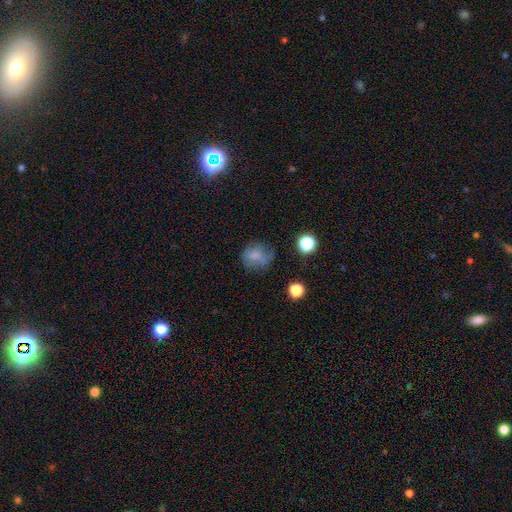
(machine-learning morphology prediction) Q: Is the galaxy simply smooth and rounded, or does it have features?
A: smooth — 66%.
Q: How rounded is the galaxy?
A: round — 69%.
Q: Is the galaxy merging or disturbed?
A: none — 52%.